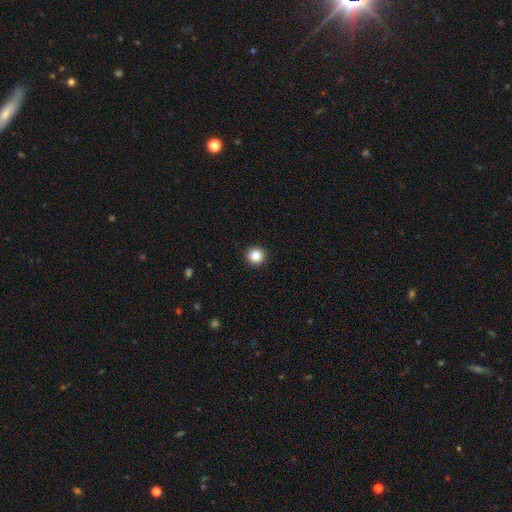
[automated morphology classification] Smooth or featured?
  - smooth: 86% *
  - star or artifact: 10%
  - featured or disk: 4%
How rounded?
  - round: 95% *
  - in between: 4%
  - cigar-shaped: 1%
Merging?
  - none: 93% *
  - minor disturbance: 4%
  - major disturbance: 1%
  - merger: 1%